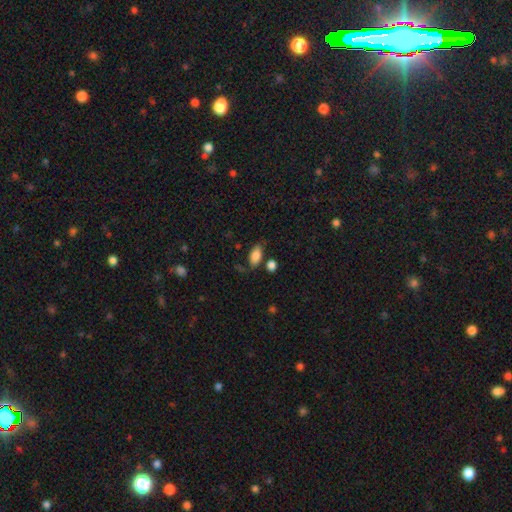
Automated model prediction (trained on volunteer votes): Smooth or featured? Predicted: smooth (p=0.84). How rounded? Predicted: in between (p=0.91). Merging? Predicted: none (p=0.68).